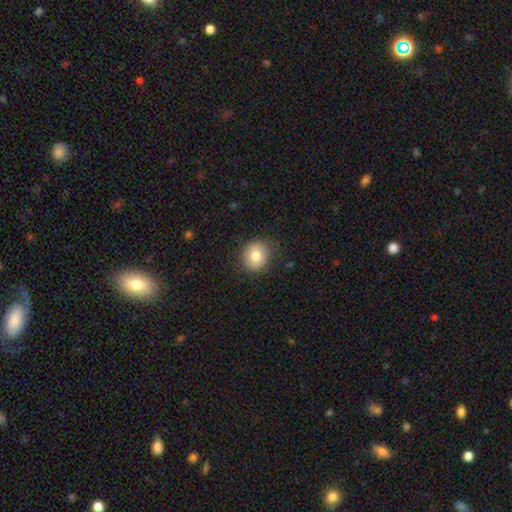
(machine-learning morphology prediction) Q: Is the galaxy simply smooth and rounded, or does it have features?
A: smooth — 80%.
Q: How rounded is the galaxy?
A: round — 79%.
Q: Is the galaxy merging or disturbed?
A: none — 83%.